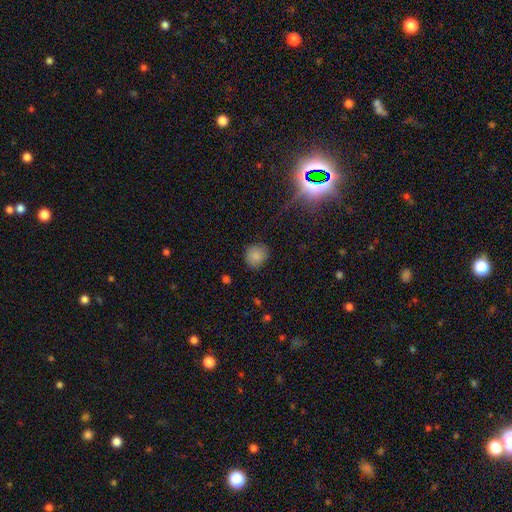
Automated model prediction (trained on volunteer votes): A smooth galaxy with no disk features (83%) that is round (83%).

Vote fractions:
- Smooth or featured? smooth: 83% / star or artifact: 11% / featured or disk: 6%
- How rounded? round: 83% / in between: 16% / cigar-shaped: 1%
- Merging? none: 85% / minor disturbance: 11% / major disturbance: 3% / merger: 1%